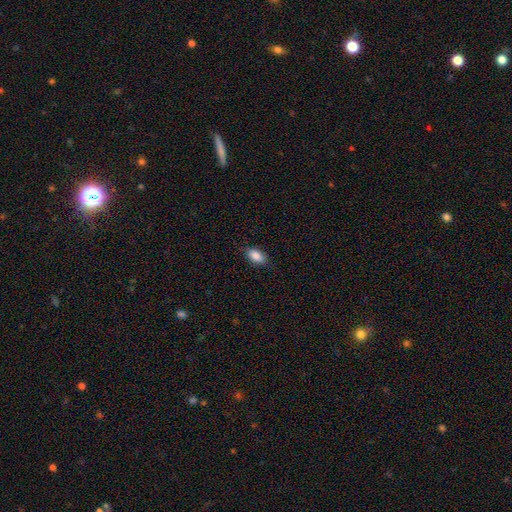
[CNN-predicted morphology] A smooth galaxy with no disk features (88%) that is in between round and cigar-shaped (91%). Merging: none (84%).